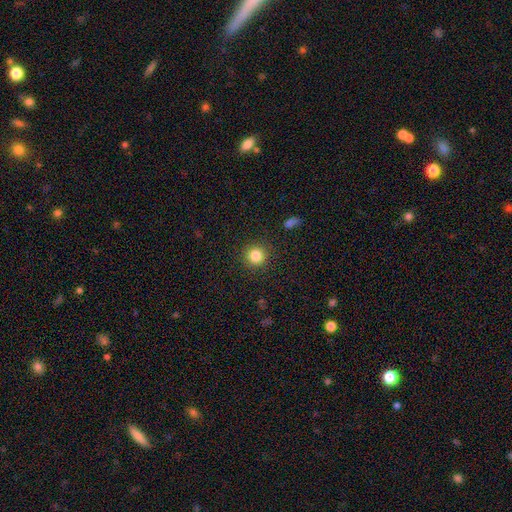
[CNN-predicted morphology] Smooth or featured? Predicted: smooth (p=0.83). How rounded? Predicted: round (p=0.94). Merging? Predicted: none (p=0.91).